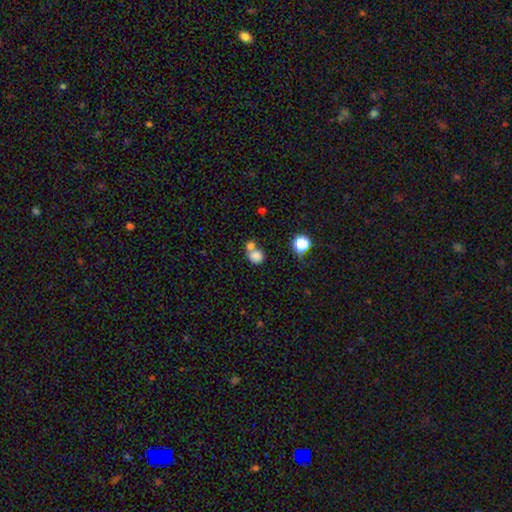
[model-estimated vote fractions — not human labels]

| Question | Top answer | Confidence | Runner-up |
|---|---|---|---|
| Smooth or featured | smooth | 79% | star or artifact (12%) |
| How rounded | round | 74% | in between (25%) |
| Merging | merger | 49% | none (37%) |